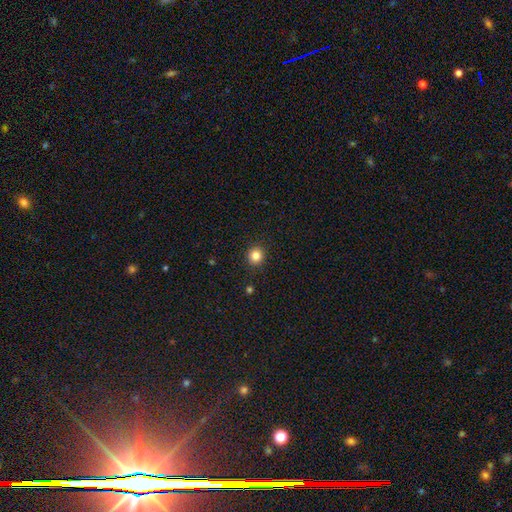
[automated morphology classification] smooth 84%, star or artifact 12%, featured or disk 4%. Down the decision tree: how rounded — round (91%); merging — none (90%).